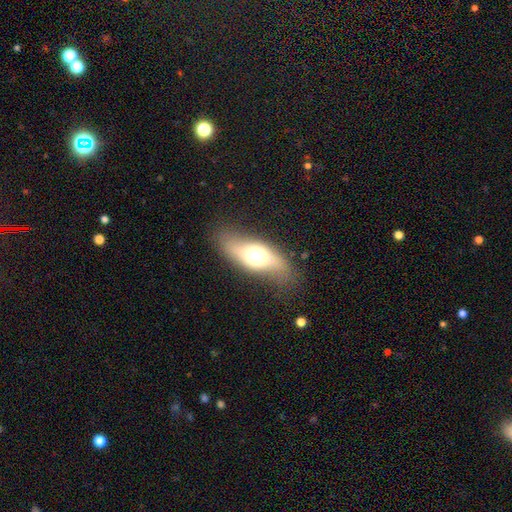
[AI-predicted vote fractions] Q: Smooth or featured?
A: smooth (47%); runner-up: featured or disk (45%)
Q: Merging?
A: none (75%); runner-up: minor disturbance (17%)